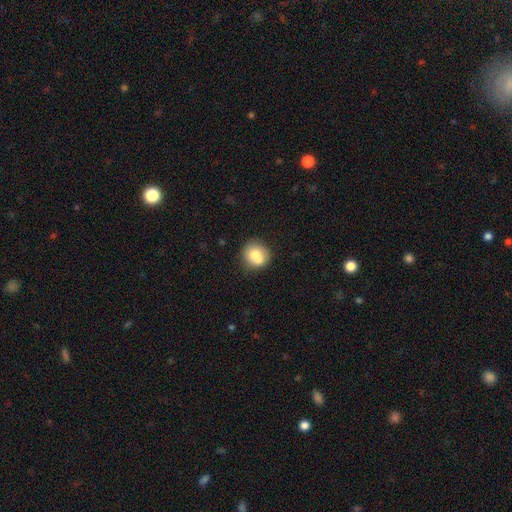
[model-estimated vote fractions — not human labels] Q: Smooth or featured?
A: smooth (71%); runner-up: featured or disk (21%)
Q: How rounded?
A: round (86%); runner-up: in between (13%)
Q: Merging?
A: none (50%); runner-up: merger (32%)